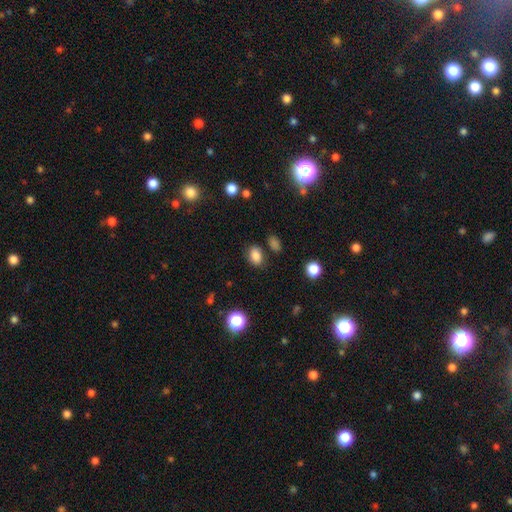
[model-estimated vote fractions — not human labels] smooth_or_featured: smooth (p=0.83) [alt: star or artifact p=0.12]
how_rounded: in between (p=0.73) [alt: round p=0.25]
merging: none (p=0.78) [alt: minor disturbance p=0.13]